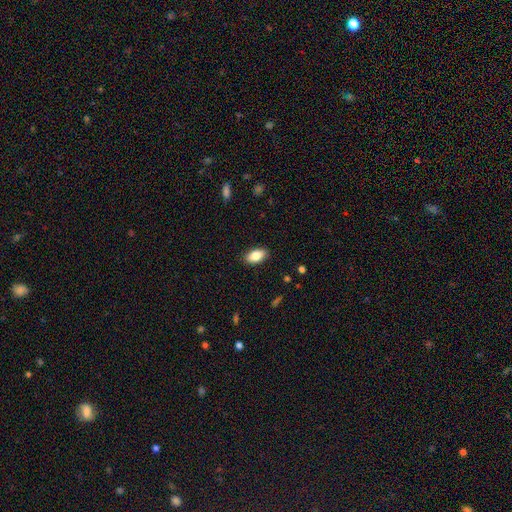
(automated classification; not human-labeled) smooth 85%, featured or disk 8%, star or artifact 7%. Down the decision tree: how rounded — in between (93%); merging — none (89%).